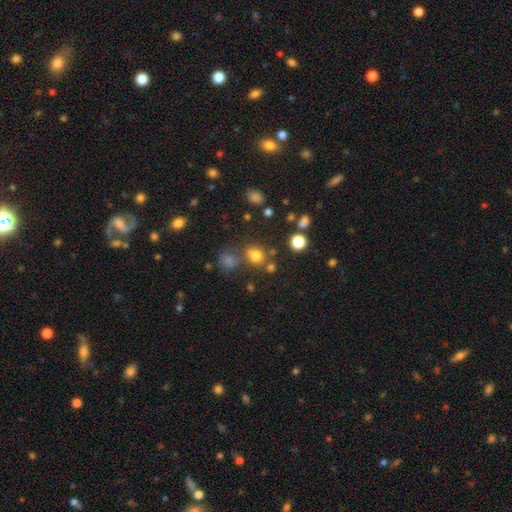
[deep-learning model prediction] Morphology: type=smooth (74%); roundness=round (72%); merging=none (65%).